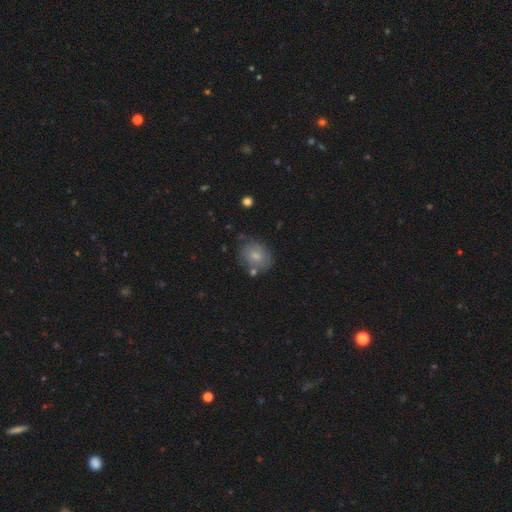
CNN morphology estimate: This appears to be a smooth galaxy with no disk features (71%) that is round (60%). Merging: none (67%).